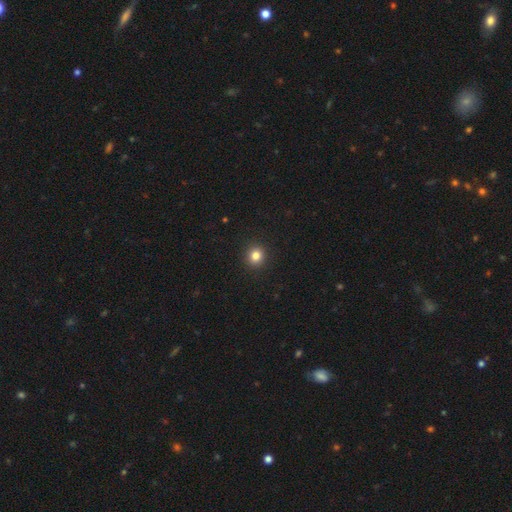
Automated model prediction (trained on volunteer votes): smooth-or-featured: smooth: 83% | star or artifact: 12% | featured or disk: 5%
  how-rounded: round: 91% | in between: 8% | cigar-shaped: 1%
  merging: none: 93% | minor disturbance: 4% | major disturbance: 2% | merger: 1%